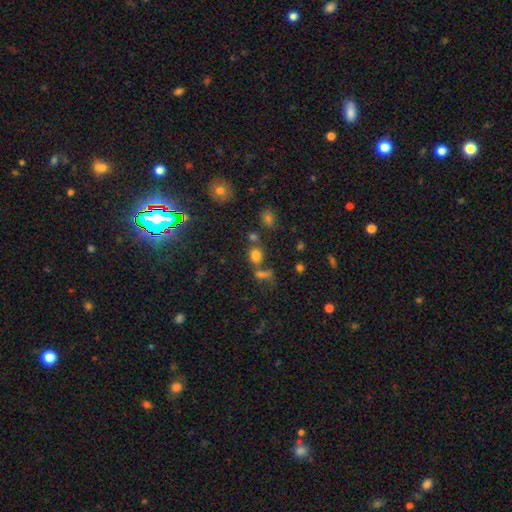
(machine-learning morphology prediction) Smooth or featured?
  - smooth: 74% *
  - star or artifact: 18%
  - featured or disk: 8%
How rounded?
  - round: 66% *
  - in between: 32%
  - cigar-shaped: 2%
Merging?
  - none: 56% *
  - merger: 28%
  - minor disturbance: 10%
  - major disturbance: 6%